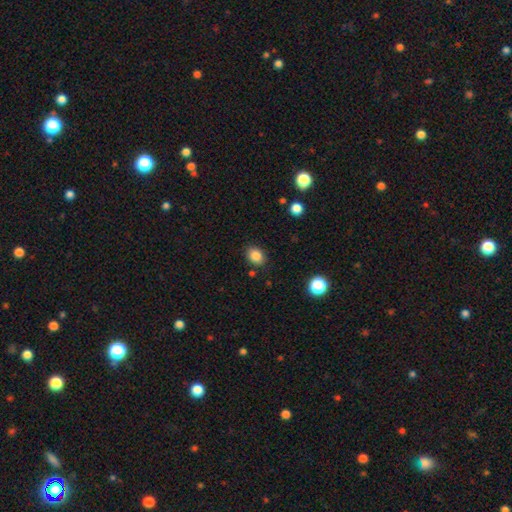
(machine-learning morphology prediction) Overall: smooth (85%). How rounded: in between (61%; round 38%). Merging: none (85%).